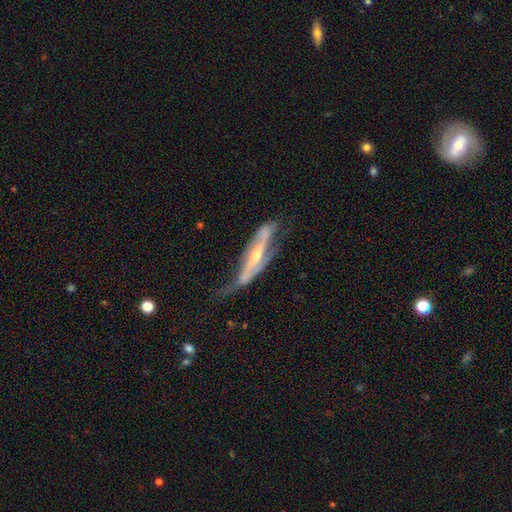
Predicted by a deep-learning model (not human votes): A featured or disk galaxy (81%).

Vote fractions:
- Smooth or featured? featured or disk: 81% / smooth: 14% / star or artifact: 5%
- Edge-on disk? no: 59% / yes: 41%
- Merging? none: 39% / minor disturbance: 31% / major disturbance: 26% / merger: 3%